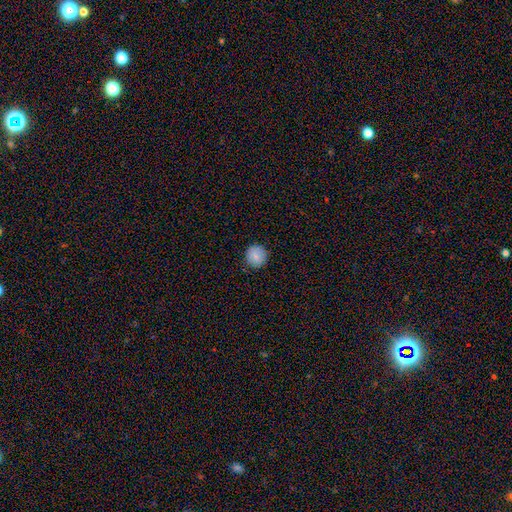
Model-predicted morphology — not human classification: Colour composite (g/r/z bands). It shows a smooth galaxy with no disk features (85%) that is round (94%). Merging: none (89%).